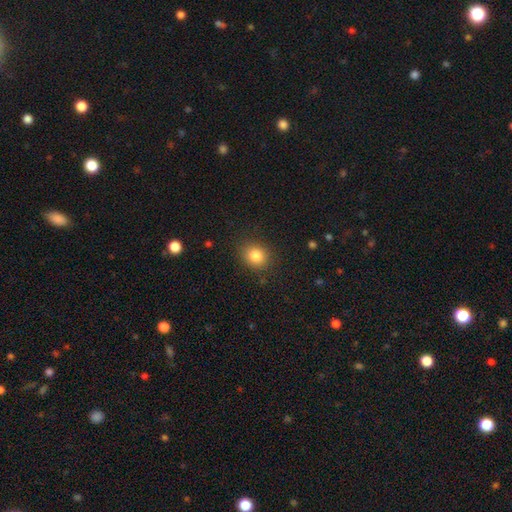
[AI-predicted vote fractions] Smooth or featured?
  - smooth: 84% *
  - star or artifact: 11%
  - featured or disk: 6%
How rounded?
  - round: 70% *
  - in between: 30%
  - cigar-shaped: 1%
Merging?
  - none: 86% *
  - minor disturbance: 10%
  - major disturbance: 3%
  - merger: 1%